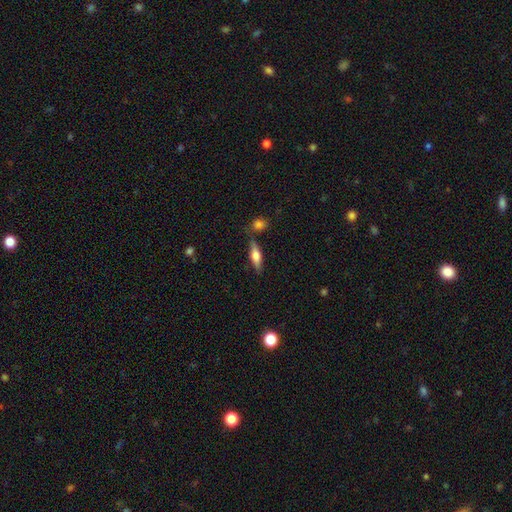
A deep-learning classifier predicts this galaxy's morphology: Smooth or featured: smooth — 50% (featured or disk — 43%)
How rounded: cigar-shaped — 54% (in between — 43%)
Merging: none — 75% (minor disturbance — 13%)